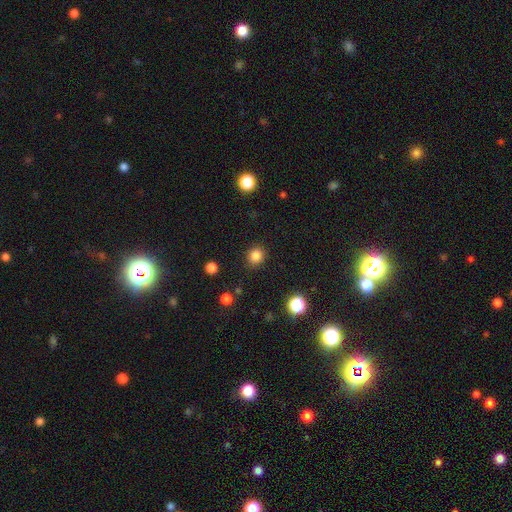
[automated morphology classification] Smooth or featured: smooth — 84% (star or artifact — 12%)
How rounded: round — 81% (in between — 18%)
Merging: none — 89% (minor disturbance — 7%)